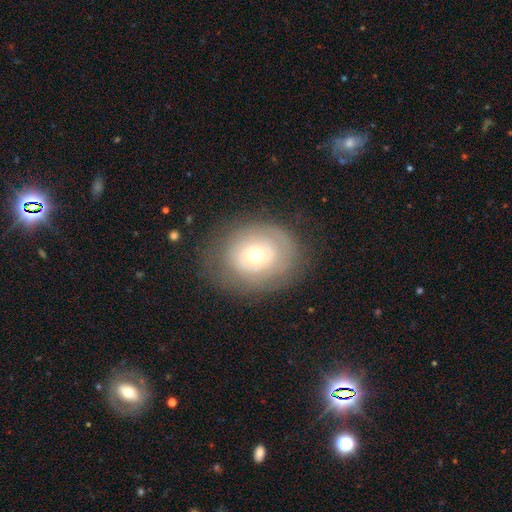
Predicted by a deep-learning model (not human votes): Overall: smooth (48%; featured or disk 43%). Merging: none (72%).